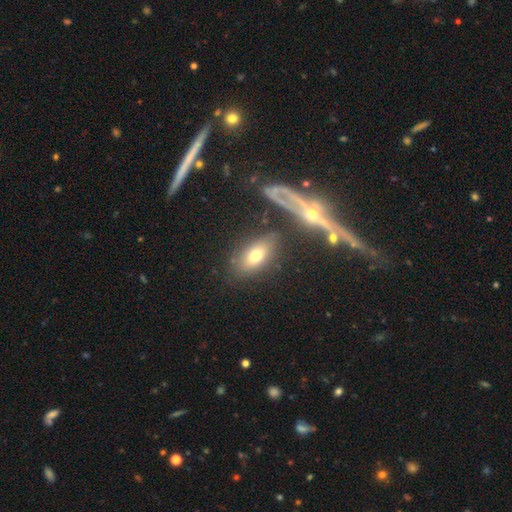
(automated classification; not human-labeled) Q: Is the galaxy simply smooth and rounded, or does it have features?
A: smooth — 61%.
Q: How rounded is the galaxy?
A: in between — 82%.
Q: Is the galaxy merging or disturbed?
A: none — 70%.